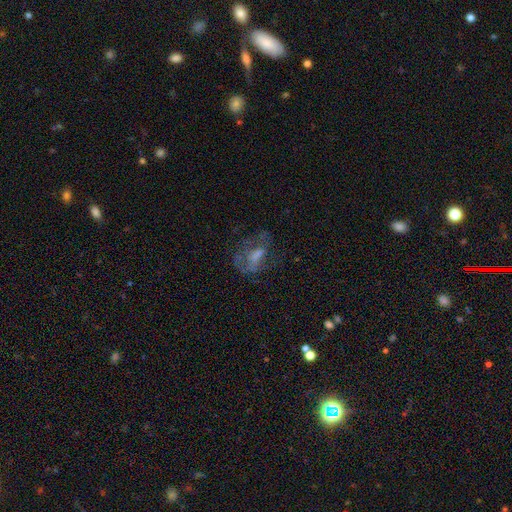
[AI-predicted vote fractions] Morphology: type=featured or disk (50%); edge-on=no (93%); merging=none (47%).